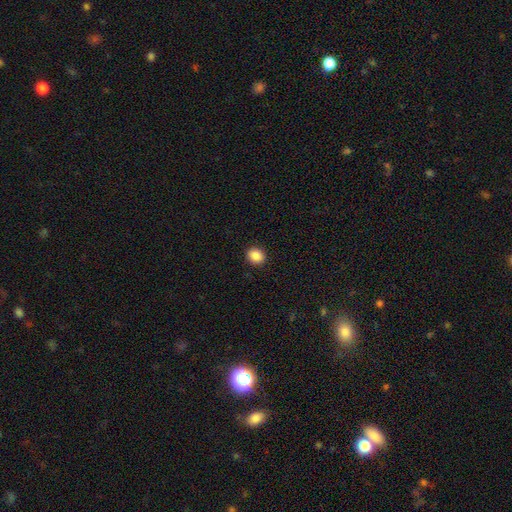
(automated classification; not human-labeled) This appears to be a smooth galaxy with no disk features (88%) that is round (60%). Merging: none (91%).